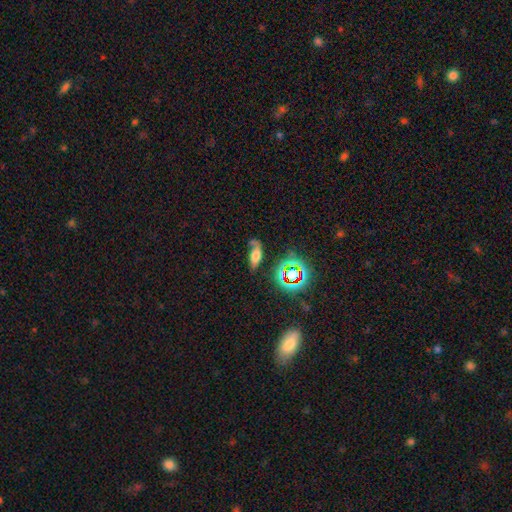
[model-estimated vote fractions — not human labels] Morphology: type=smooth (53%); roundness=in between (70%); merging=none (52%).